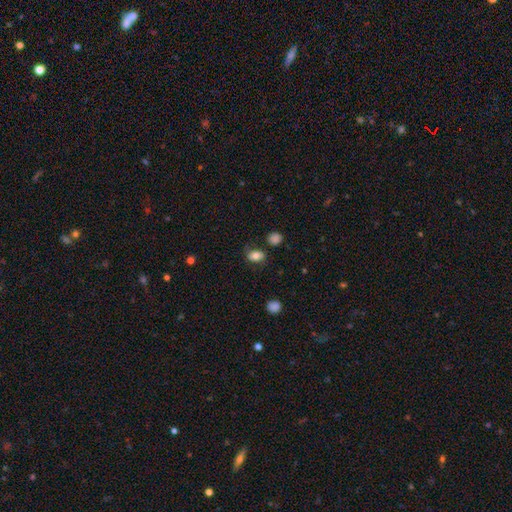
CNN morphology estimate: Smooth or featured?
  - smooth: 76% *
  - featured or disk: 14%
  - star or artifact: 10%
How rounded?
  - in between: 80% *
  - round: 19%
  - cigar-shaped: 2%
Merging?
  - none: 67% *
  - minor disturbance: 21%
  - major disturbance: 8%
  - merger: 4%